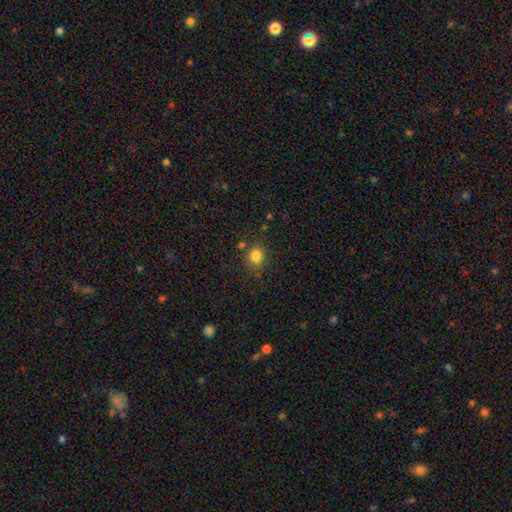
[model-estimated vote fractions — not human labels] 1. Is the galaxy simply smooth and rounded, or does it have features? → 81% smooth, 13% star or artifact, 6% featured or disk.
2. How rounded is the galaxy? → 67% round, 32% in between, 1% cigar-shaped.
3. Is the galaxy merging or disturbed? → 76% none, 14% minor disturbance, 6% merger, 4% major disturbance.